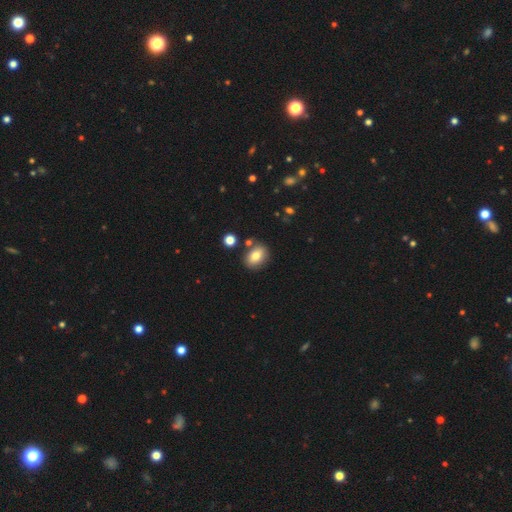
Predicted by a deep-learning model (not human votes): smooth 77%, featured or disk 14%, star or artifact 9%. Down the decision tree: how rounded — in between (70%); merging — none (79%).